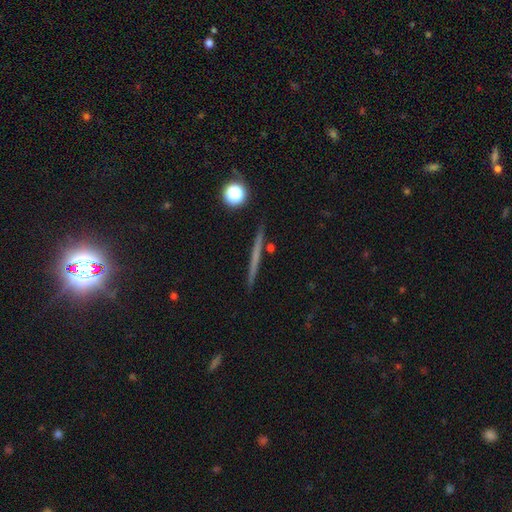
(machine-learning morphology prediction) smooth-or-featured: featured or disk: 50% | smooth: 41% | star or artifact: 9%
  merging: none: 91% | minor disturbance: 6% | merger: 2% | major disturbance: 1%